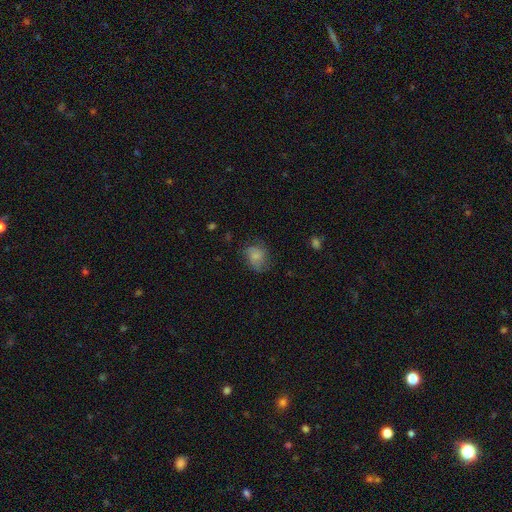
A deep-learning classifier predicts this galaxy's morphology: A smooth galaxy with no disk features (74%) that is round (55%). Merging: none (59%).